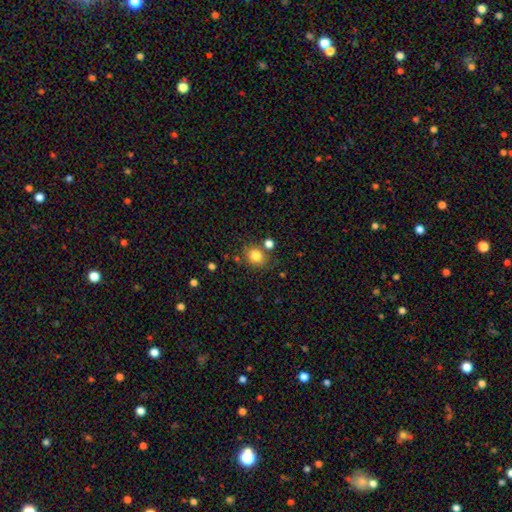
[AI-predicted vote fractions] The model was most divided on "how rounded": round: 64%, in between: 35%, cigar-shaped: 1%. More confident: smooth or featured — smooth (82%); merging — none (73%).